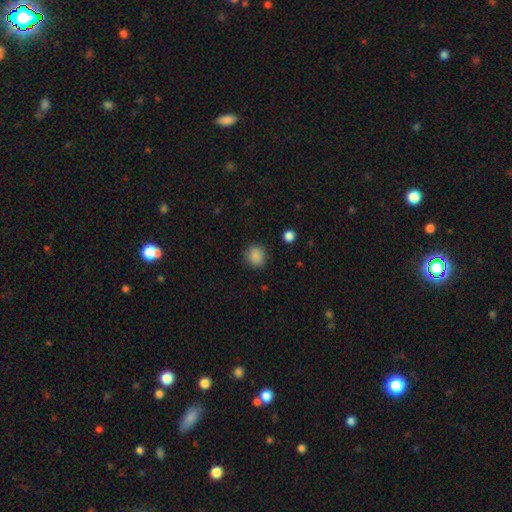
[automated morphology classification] This appears to be a smooth galaxy with no disk features (87%) that is round (88%). Merging: none (88%).